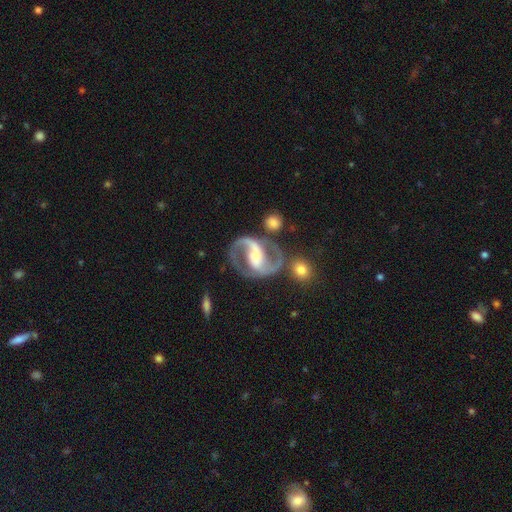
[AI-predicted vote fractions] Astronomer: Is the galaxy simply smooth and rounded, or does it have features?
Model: featured or disk — 91%.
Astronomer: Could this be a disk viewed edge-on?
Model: no — 98%.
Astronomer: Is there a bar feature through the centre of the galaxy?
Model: strong — 57%.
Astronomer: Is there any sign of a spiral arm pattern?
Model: yes — 96%.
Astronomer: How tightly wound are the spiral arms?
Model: medium — 61%.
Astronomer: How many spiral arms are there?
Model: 2 — 93%.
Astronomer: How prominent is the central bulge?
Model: moderate — 47% (runner-up: small, 31%).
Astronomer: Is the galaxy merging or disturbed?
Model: none — 70%.